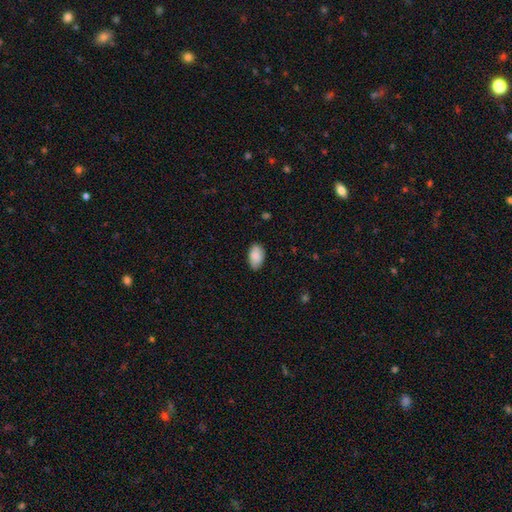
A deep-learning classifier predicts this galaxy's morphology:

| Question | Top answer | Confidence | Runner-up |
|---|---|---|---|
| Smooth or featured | smooth | 88% | star or artifact (7%) |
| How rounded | in between | 93% | round (6%) |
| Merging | none | 78% | minor disturbance (18%) |